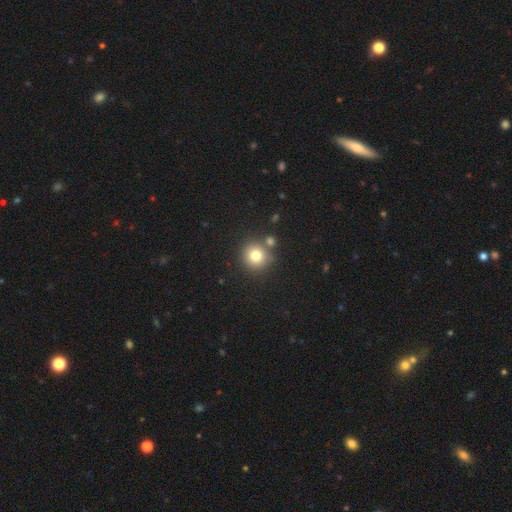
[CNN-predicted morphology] smooth-or-featured: smooth: 78% | star or artifact: 13% | featured or disk: 9%
  how-rounded: round: 93% | in between: 6% | cigar-shaped: 1%
  merging: none: 76% | merger: 13% | minor disturbance: 8% | major disturbance: 3%